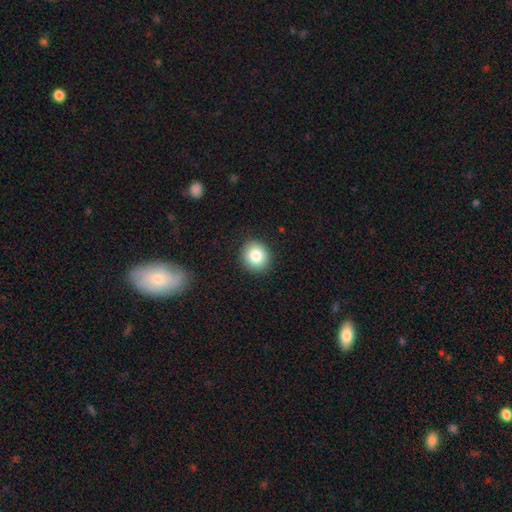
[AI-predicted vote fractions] Smooth or featured: smooth — 84% (star or artifact — 9%)
How rounded: round — 81% (in between — 18%)
Merging: none — 91% (minor disturbance — 6%)